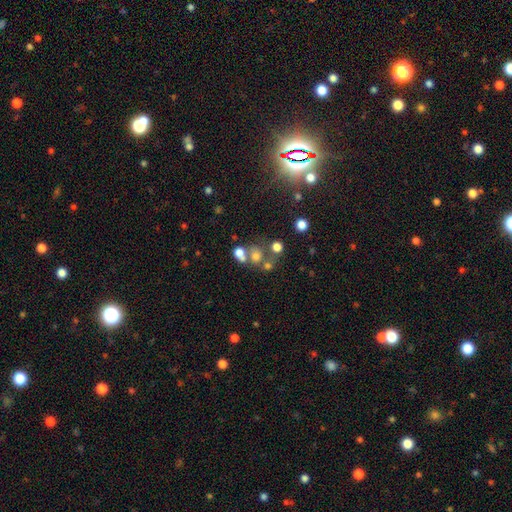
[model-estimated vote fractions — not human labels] Overall: smooth (63%). How rounded: round (77%). Merging: none (44%; merger 40%).